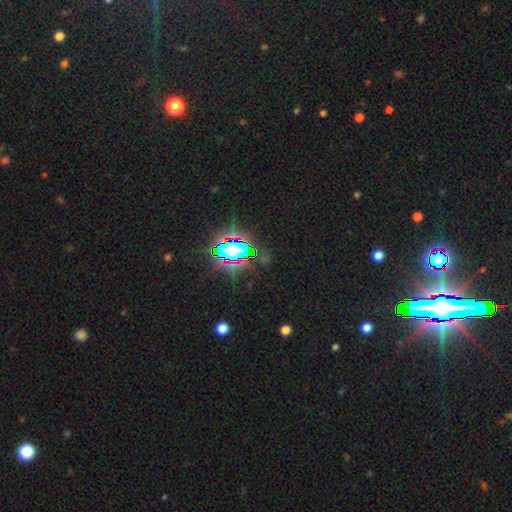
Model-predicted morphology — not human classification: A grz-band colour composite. It shows a star or artifact, not a galaxy (85%).